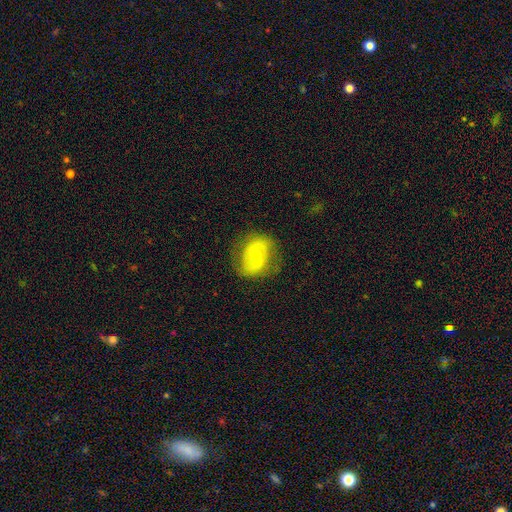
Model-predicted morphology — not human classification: A featured or disk galaxy (68%) with a weak bar (41%), spiral arms (68%) and a moderate central bulge (51%). Merging: none (71%).